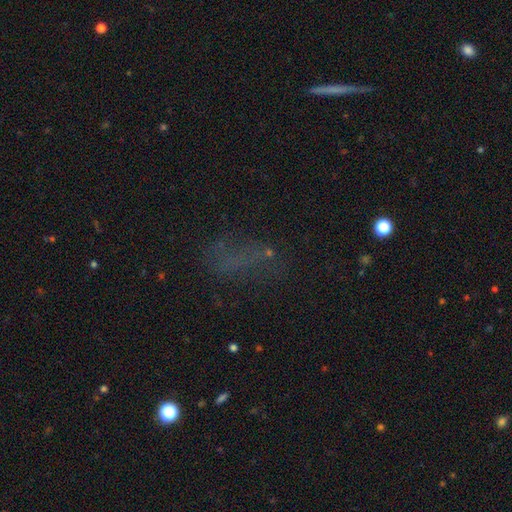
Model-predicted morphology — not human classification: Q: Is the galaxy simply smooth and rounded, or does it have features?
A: smooth — 40%.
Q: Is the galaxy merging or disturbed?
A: none — 55%.